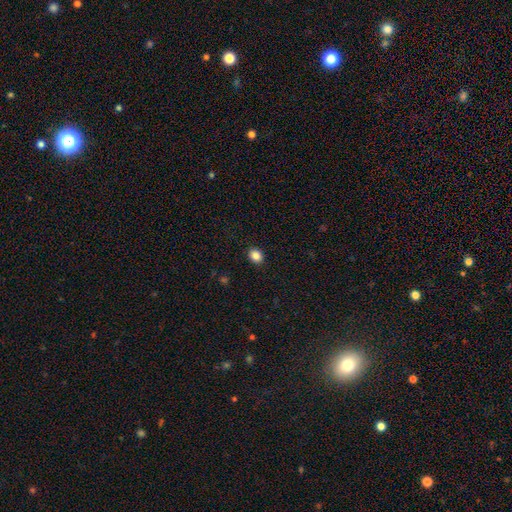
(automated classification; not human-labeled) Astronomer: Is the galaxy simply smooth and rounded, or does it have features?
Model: smooth — 86%.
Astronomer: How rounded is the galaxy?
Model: round — 57% (runner-up: in between, 43%).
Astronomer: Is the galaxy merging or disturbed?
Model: none — 91%.